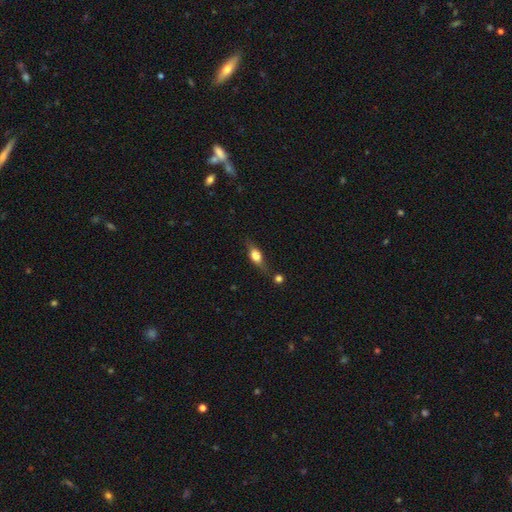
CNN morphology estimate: smooth_or_featured: smooth (p=0.55) [alt: featured or disk p=0.37]
how_rounded: in between (p=0.62) [alt: cigar-shaped p=0.27]
merging: none (p=0.63) [alt: minor disturbance p=0.20]